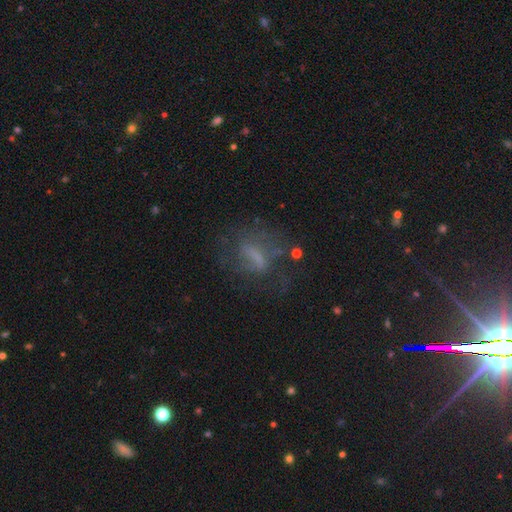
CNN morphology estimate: This is possibly a featured or disk galaxy (47%). Merging: possibly none (50%).